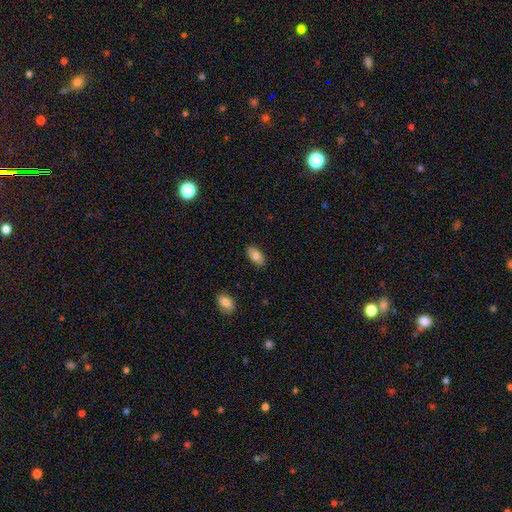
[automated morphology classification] type=smooth (78%); roundness=in between (92%); merging=none (87%).